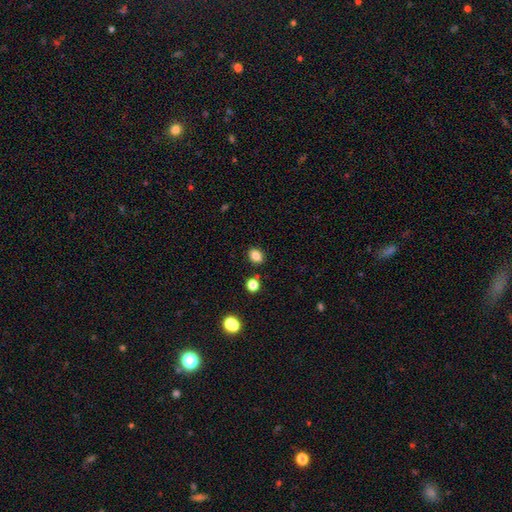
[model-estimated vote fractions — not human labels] A smooth galaxy with no disk features (83%) that is in between round and cigar-shaped (61%). Merging: none (86%).